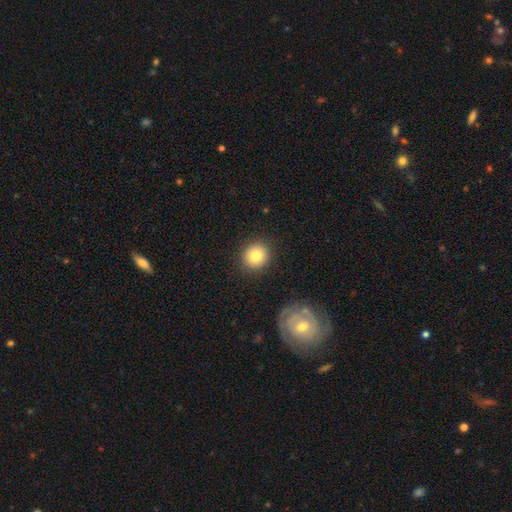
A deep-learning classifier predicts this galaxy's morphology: Smooth or featured?
  - smooth: 81% *
  - star or artifact: 10%
  - featured or disk: 9%
How rounded?
  - round: 86% *
  - in between: 13%
  - cigar-shaped: 1%
Merging?
  - none: 89% *
  - minor disturbance: 7%
  - major disturbance: 2%
  - merger: 1%